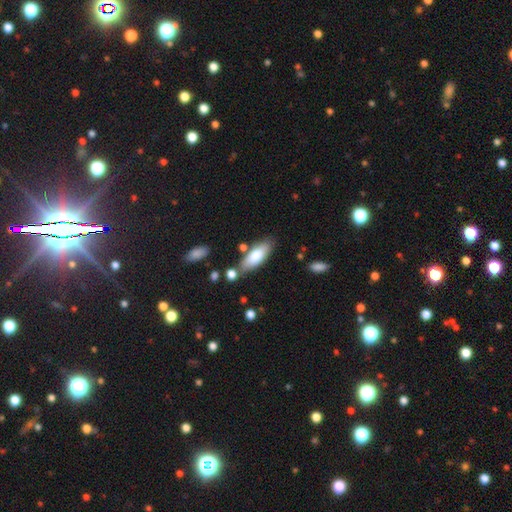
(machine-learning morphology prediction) This appears to be a smooth galaxy with no disk features (77%) that is in between round and cigar-shaped (73%). Merging: none (73%).